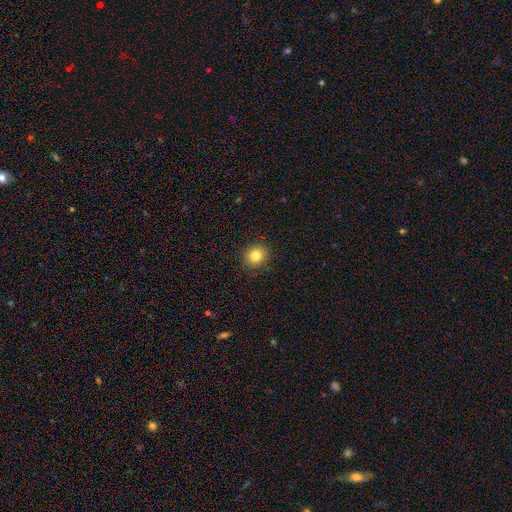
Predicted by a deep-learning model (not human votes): Overall: smooth (83%). How rounded: round (83%). Merging: none (89%).